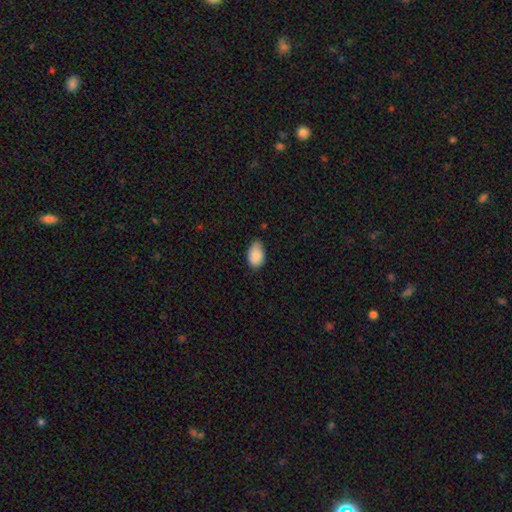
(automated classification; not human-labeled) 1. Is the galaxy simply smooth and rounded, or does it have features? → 89% smooth, 7% star or artifact, 5% featured or disk.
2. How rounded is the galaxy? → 91% in between, 7% round, 1% cigar-shaped.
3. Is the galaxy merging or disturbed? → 63% none, 31% minor disturbance, 4% major disturbance, 1% merger.